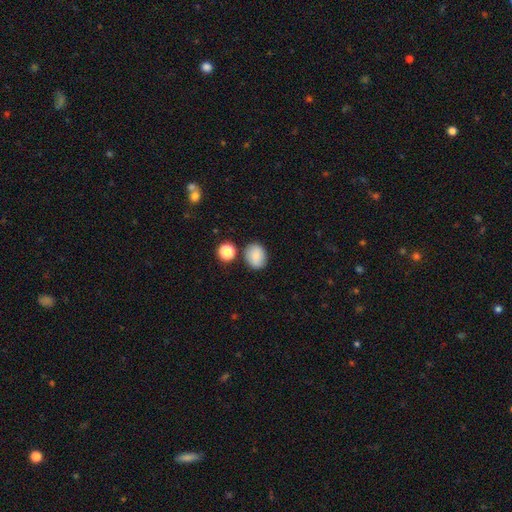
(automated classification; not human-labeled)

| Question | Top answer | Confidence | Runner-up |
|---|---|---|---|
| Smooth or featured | smooth | 79% | featured or disk (12%) |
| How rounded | in between | 55% | round (44%) |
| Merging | none | 79% | minor disturbance (12%) |